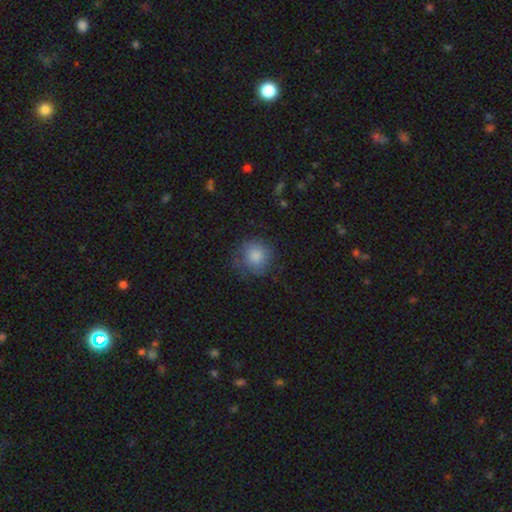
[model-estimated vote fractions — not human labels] This appears to be a smooth galaxy with no disk features (84%) that is round (89%). Merging: none (71%).